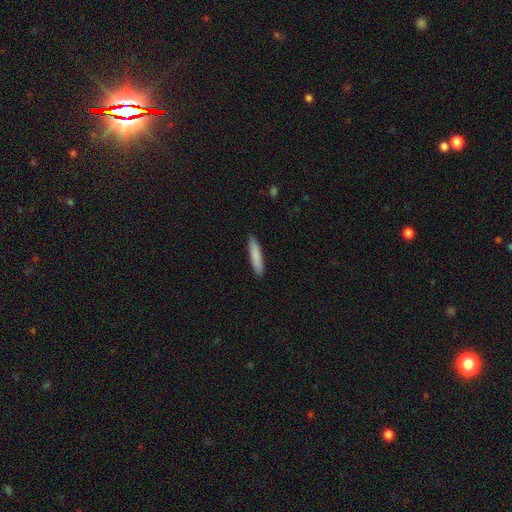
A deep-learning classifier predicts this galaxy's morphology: This appears to be a smooth galaxy with no disk features (85%) that is cigar-shaped (86%). Merging: none (90%).